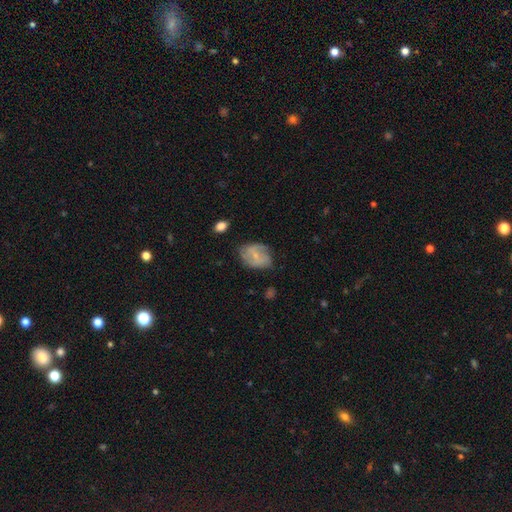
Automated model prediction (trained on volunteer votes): Smooth or featured?
  - featured or disk: 53% *
  - smooth: 39%
  - star or artifact: 7%
Edge-on disk?
  - no: 96% *
  - yes: 4%
Bar?
  - no: 53% *
  - weak: 38%
  - strong: 9%
Spiral arms?
  - yes: 77% *
  - no: 23%
Bulge size?
  - small: 69% *
  - moderate: 22%
  - none: 7%
  - large: 1%
  - dominant: 1%
Merging?
  - none: 61% *
  - minor disturbance: 28%
  - major disturbance: 9%
  - merger: 2%